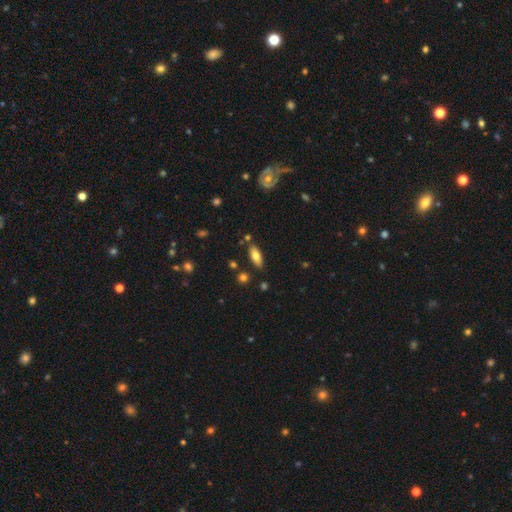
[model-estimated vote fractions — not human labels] This is likely a smooth galaxy (73%). How rounded: likely in between (77%). Merging: clearly none (81%).